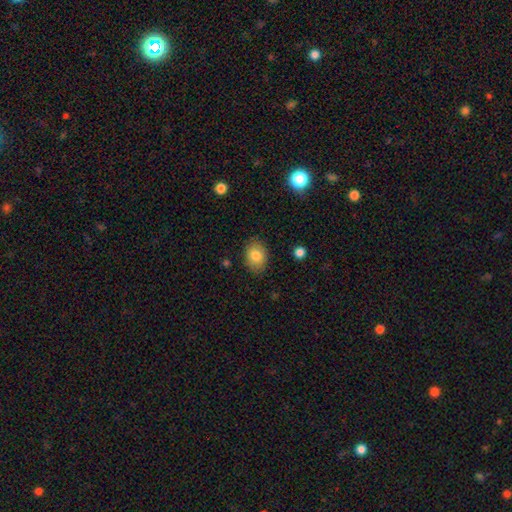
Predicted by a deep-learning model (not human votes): A smooth galaxy with no disk features (81%) that is in between round and cigar-shaped (71%). Merging: none (86%).